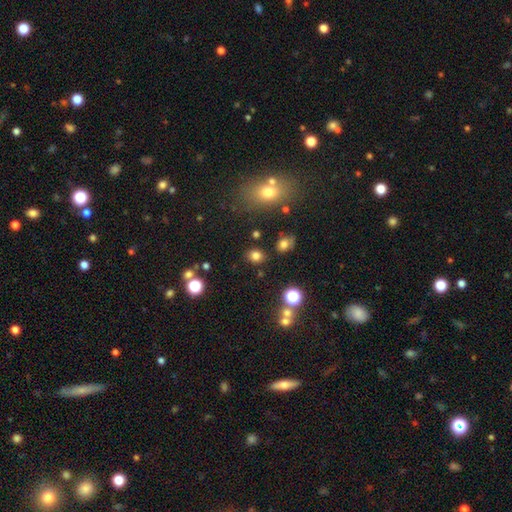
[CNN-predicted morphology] Smooth or featured? smooth (78%)
How rounded? round (64%)
Merging? none (83%)